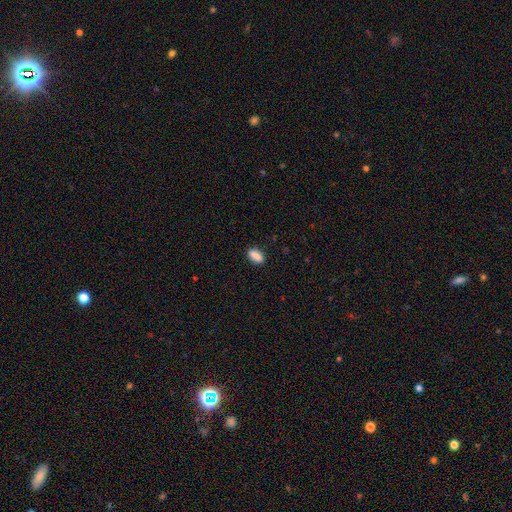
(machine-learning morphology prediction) A smooth galaxy with no disk features (88%) that is in between round and cigar-shaped (83%).

Vote fractions:
- Smooth or featured? smooth: 88% / star or artifact: 8% / featured or disk: 4%
- How rounded? in between: 83% / cigar-shaped: 11% / round: 6%
- Merging? none: 86% / minor disturbance: 10% / major disturbance: 2% / merger: 1%